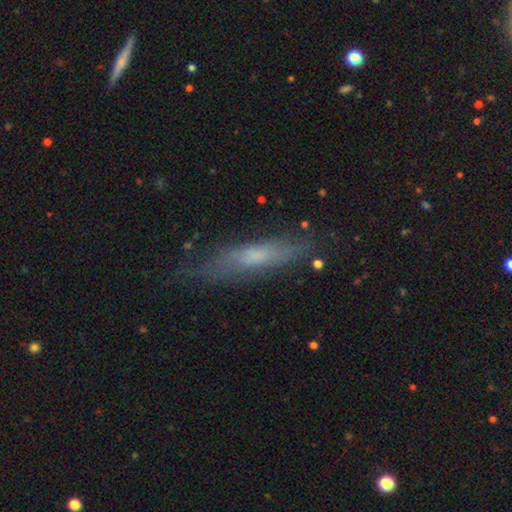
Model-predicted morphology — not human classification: type=smooth (54%); roundness=cigar-shaped (76%); merging=none (66%).